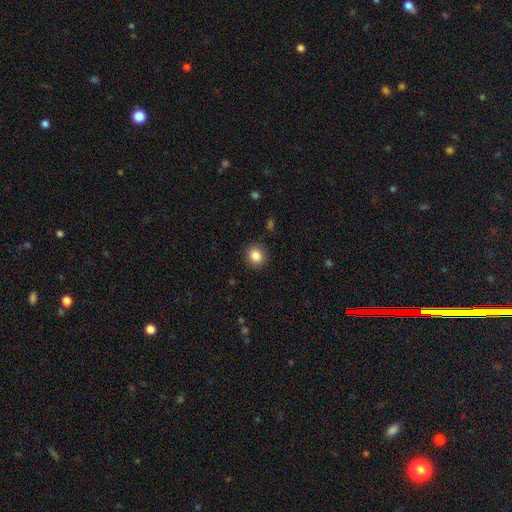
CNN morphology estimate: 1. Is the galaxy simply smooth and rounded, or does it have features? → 85% smooth, 10% star or artifact, 5% featured or disk.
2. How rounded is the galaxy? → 86% round, 13% in between, 1% cigar-shaped.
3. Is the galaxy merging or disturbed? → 90% none, 6% minor disturbance, 2% major disturbance, 1% merger.